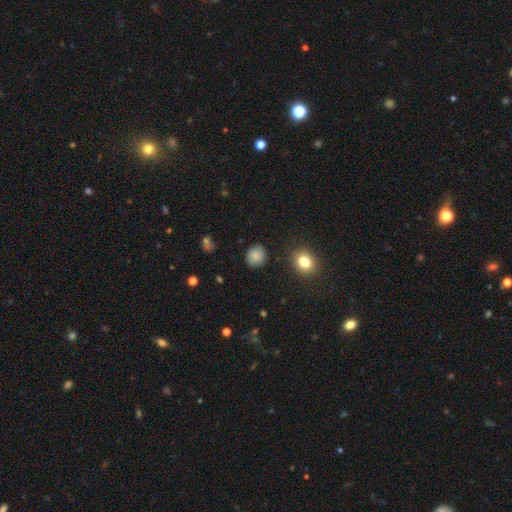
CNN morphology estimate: Smooth or featured: smooth — 83% (star or artifact — 10%)
How rounded: round — 78% (in between — 21%)
Merging: none — 86% (minor disturbance — 10%)